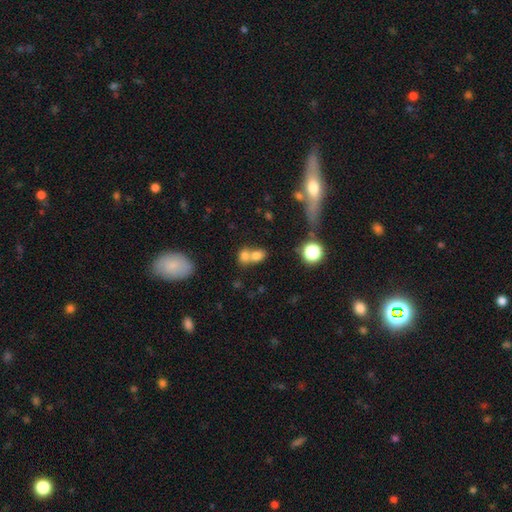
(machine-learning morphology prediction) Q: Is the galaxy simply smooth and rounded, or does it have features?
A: smooth — 72%.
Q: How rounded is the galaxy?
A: in between — 52%.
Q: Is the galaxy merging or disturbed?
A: merger — 64%.